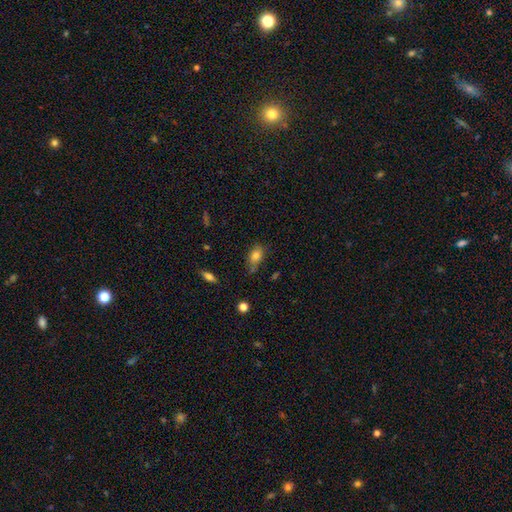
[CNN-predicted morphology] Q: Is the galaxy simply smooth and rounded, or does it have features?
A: smooth — 79%.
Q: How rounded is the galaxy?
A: in between — 83%.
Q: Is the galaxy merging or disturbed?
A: none — 59%.